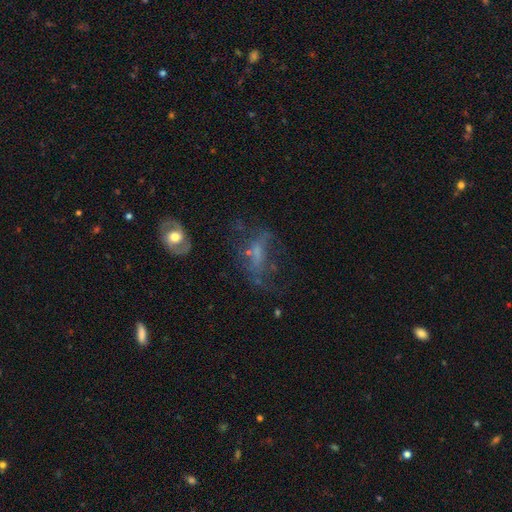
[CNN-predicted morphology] Smooth or featured: featured or disk — 49% (smooth — 28%)
Merging: none — 39% (major disturbance — 37%)